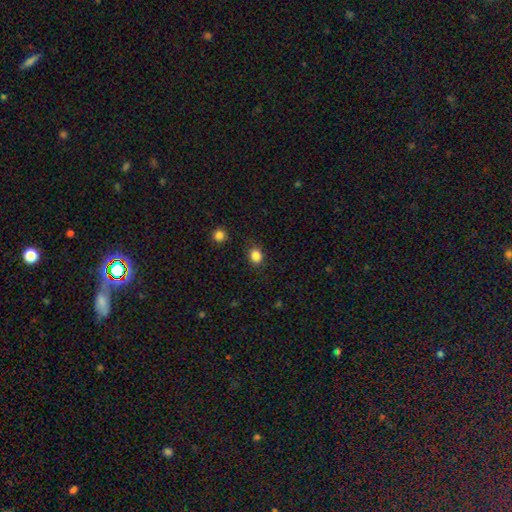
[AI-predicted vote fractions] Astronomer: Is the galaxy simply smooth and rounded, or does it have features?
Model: smooth — 85%.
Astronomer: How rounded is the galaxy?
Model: round — 54% (runner-up: in between, 45%).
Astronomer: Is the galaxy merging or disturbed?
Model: none — 86%.